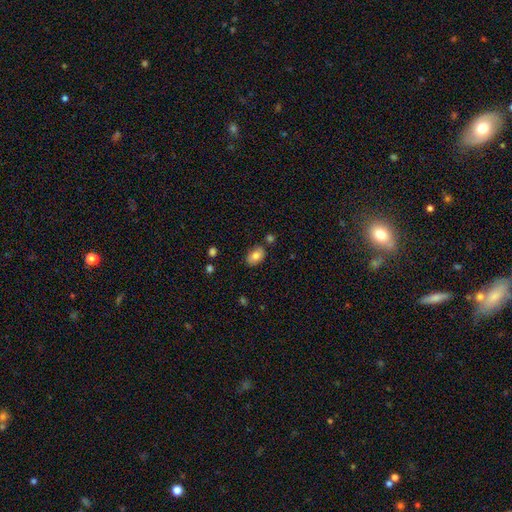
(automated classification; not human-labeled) A smooth galaxy with no disk features (81%) that is in between round and cigar-shaped (90%). Merging: none (79%).